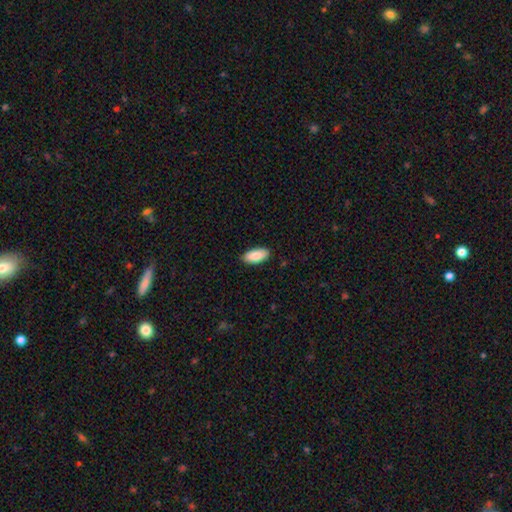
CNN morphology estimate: Smooth or featured?
  - smooth: 88% *
  - featured or disk: 6%
  - star or artifact: 6%
How rounded?
  - in between: 90% *
  - cigar-shaped: 8%
  - round: 2%
Merging?
  - none: 89% *
  - minor disturbance: 9%
  - major disturbance: 2%
  - merger: 1%